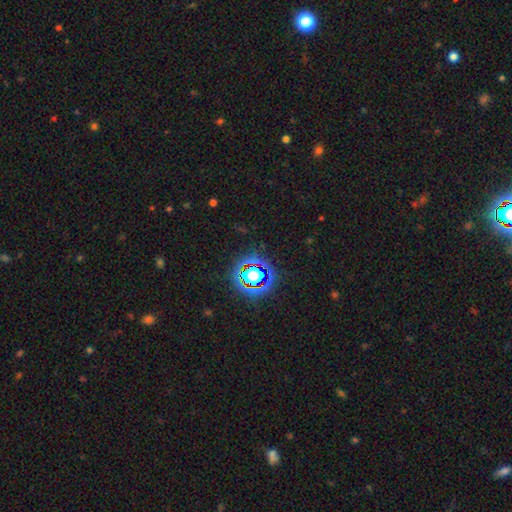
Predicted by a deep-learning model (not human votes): Overall: star or artifact (79%).